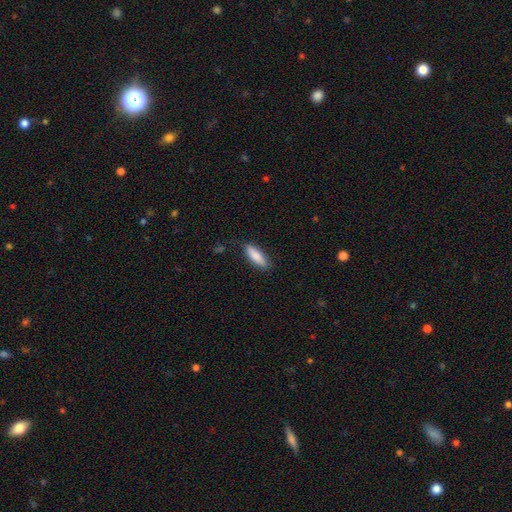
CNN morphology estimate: type=smooth (85%); roundness=in between (50%); merging=none (83%).